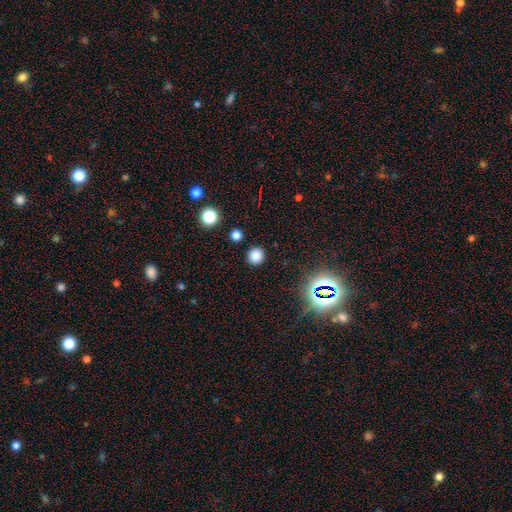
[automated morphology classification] This appears to be a smooth galaxy with no disk features (81%) that is round (91%). Merging: none (90%).